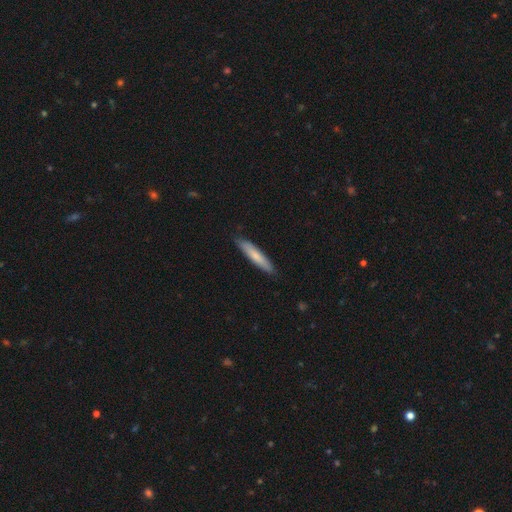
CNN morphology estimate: Smooth or featured?
  - smooth: 72% *
  - featured or disk: 23%
  - star or artifact: 5%
How rounded?
  - cigar-shaped: 88% *
  - in between: 10%
  - round: 1%
Merging?
  - none: 87% *
  - minor disturbance: 10%
  - major disturbance: 2%
  - merger: 1%